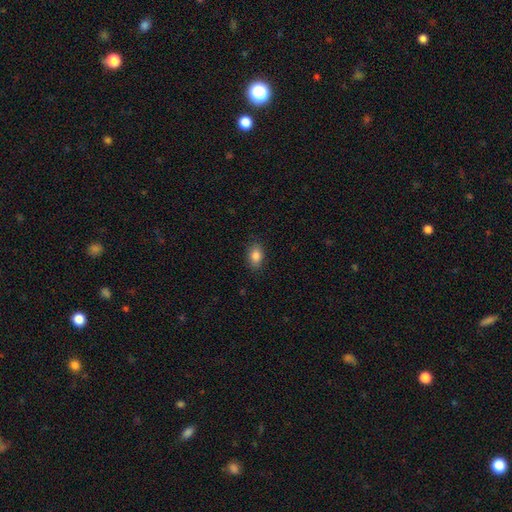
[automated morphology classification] Smooth or featured?
  - smooth: 84% *
  - star or artifact: 9%
  - featured or disk: 7%
How rounded?
  - in between: 85% *
  - round: 13%
  - cigar-shaped: 2%
Merging?
  - none: 86% *
  - minor disturbance: 10%
  - major disturbance: 2%
  - merger: 1%